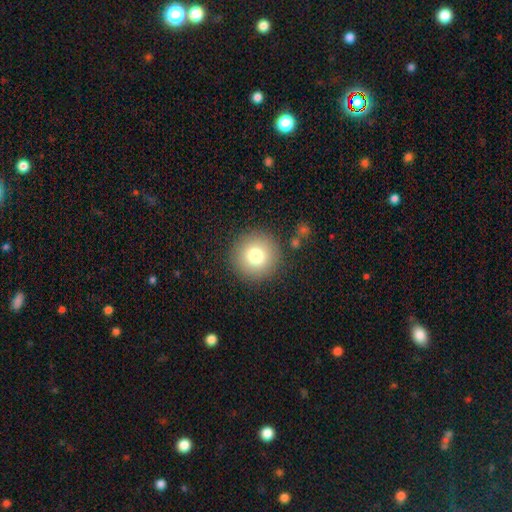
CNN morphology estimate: This is likely a smooth galaxy (77%). How rounded: clearly round (95%). Merging: clearly none (89%).